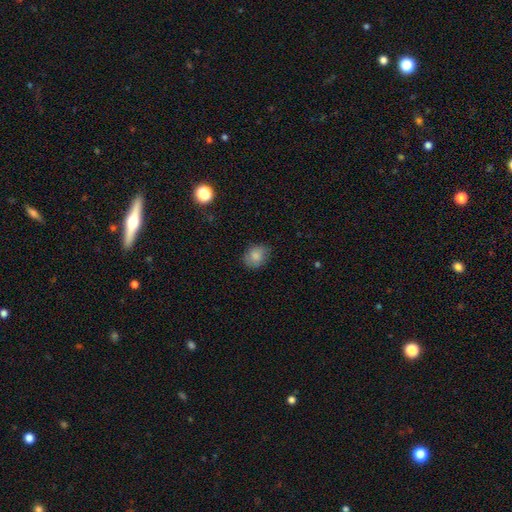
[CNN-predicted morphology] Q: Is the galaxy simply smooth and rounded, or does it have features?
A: smooth — 83%.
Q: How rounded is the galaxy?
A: round — 52%.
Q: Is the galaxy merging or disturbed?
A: none — 76%.